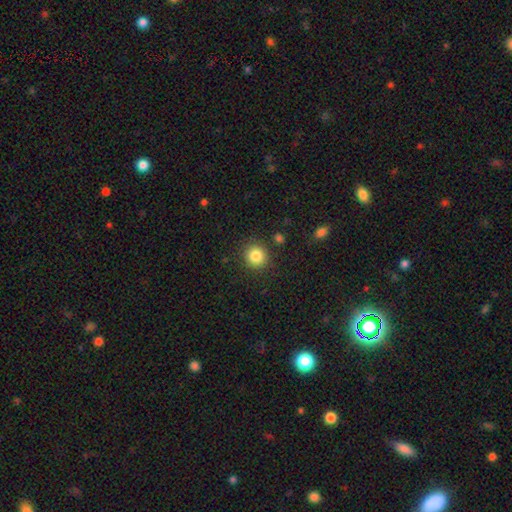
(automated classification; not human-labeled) Smooth or featured: smooth — 84% (star or artifact — 10%)
How rounded: round — 90% (in between — 9%)
Merging: none — 88% (minor disturbance — 7%)